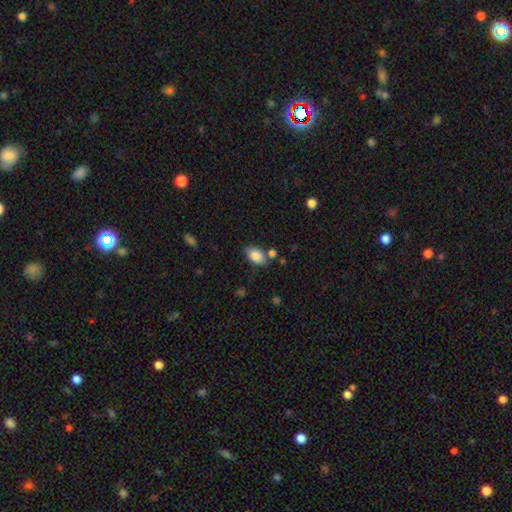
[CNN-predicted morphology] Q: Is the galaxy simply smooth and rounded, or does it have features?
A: smooth — 86%.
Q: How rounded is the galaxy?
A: in between — 90%.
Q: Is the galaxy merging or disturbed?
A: none — 70%.